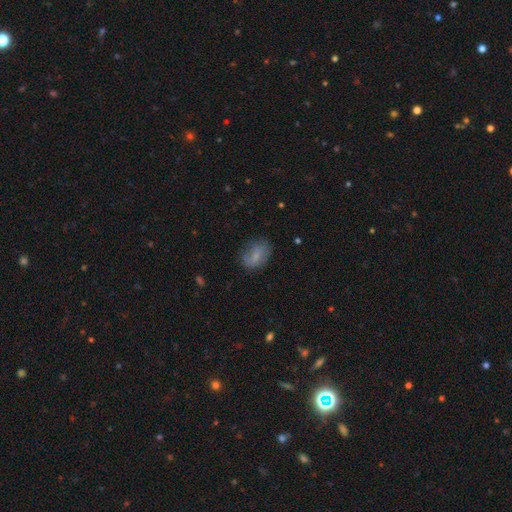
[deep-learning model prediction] A smooth galaxy with no disk features (63%) that is in between round and cigar-shaped (78%). Merging: none (59%).